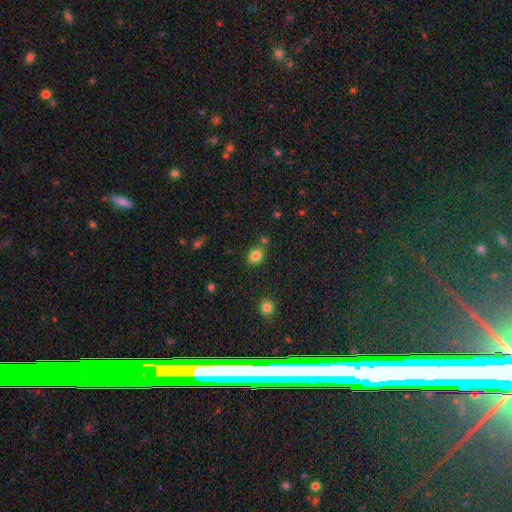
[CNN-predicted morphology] Overall: smooth (82%). How rounded: in between (54%; round 45%). Merging: none (77%).